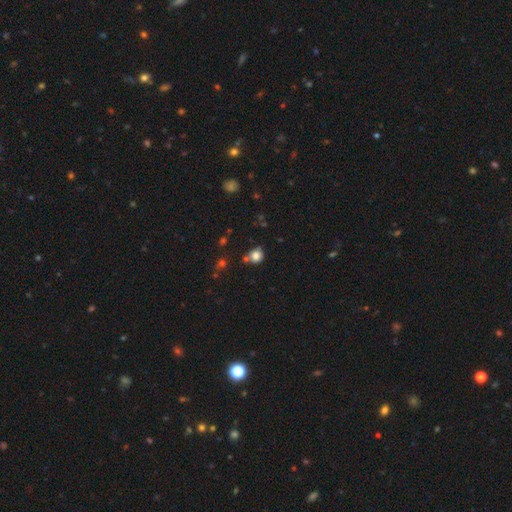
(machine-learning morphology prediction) Smooth or featured?
  - smooth: 81% *
  - star or artifact: 12%
  - featured or disk: 7%
How rounded?
  - round: 80% *
  - in between: 19%
  - cigar-shaped: 1%
Merging?
  - none: 62% *
  - minor disturbance: 19%
  - merger: 14%
  - major disturbance: 5%